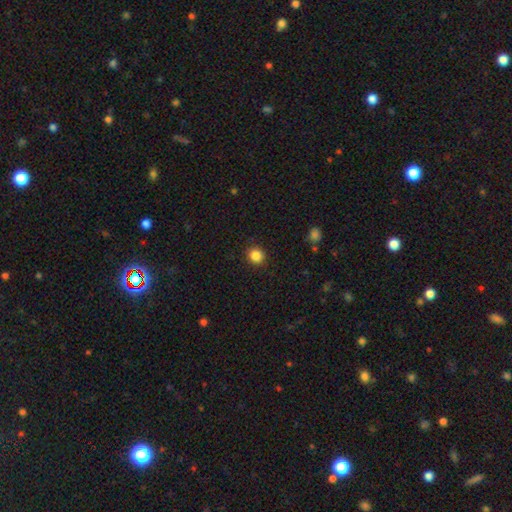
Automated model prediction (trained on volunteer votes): This is clearly a smooth galaxy (86%). How rounded: clearly round (84%). Merging: clearly none (90%).